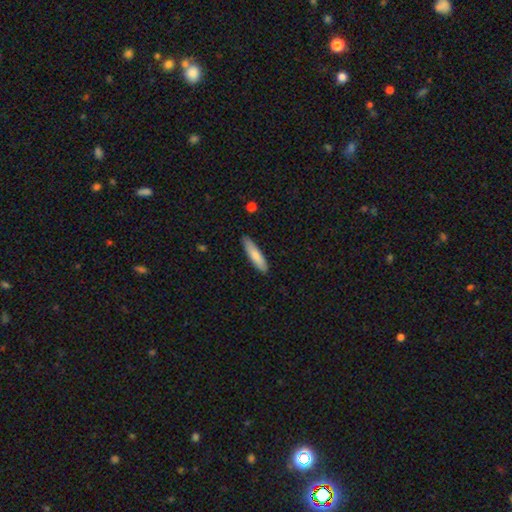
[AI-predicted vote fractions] This appears to be a smooth galaxy with no disk features (80%) that is cigar-shaped (81%). Merging: none (88%).